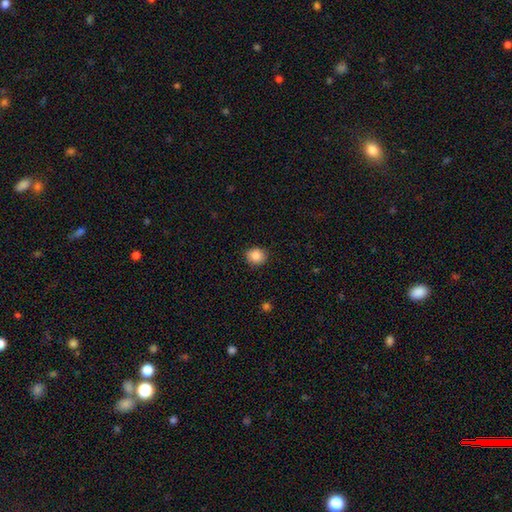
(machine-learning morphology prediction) Smooth or featured? smooth (87%)
How rounded? round (75%)
Merging? none (87%)